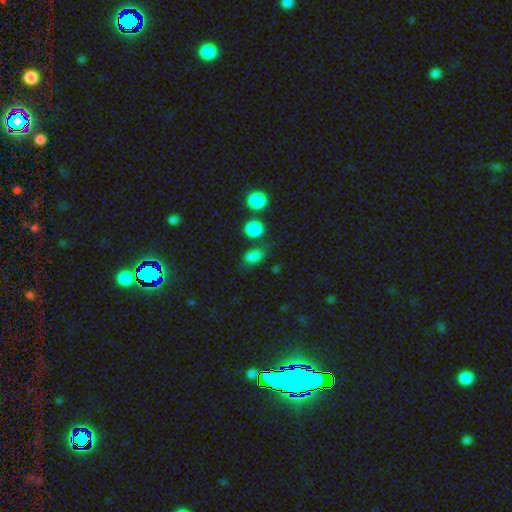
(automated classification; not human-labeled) Smooth or featured?
  - smooth: 82% *
  - star or artifact: 13%
  - featured or disk: 5%
How rounded?
  - in between: 69% *
  - round: 29%
  - cigar-shaped: 2%
Merging?
  - none: 66% *
  - minor disturbance: 18%
  - merger: 9%
  - major disturbance: 7%